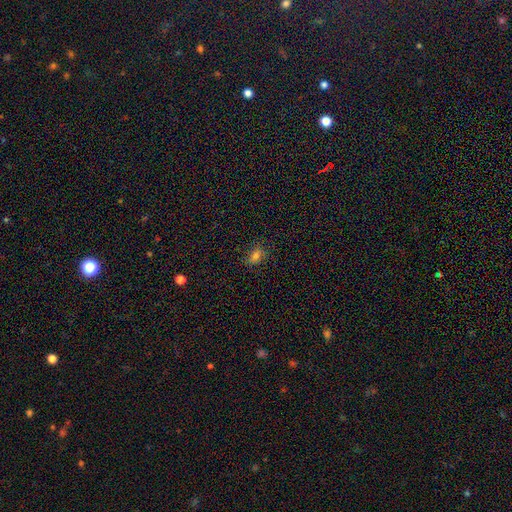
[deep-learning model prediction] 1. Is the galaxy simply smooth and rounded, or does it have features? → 71% smooth, 19% star or artifact, 10% featured or disk.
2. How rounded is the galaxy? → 63% in between, 35% round, 2% cigar-shaped.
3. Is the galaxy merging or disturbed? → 77% none, 17% minor disturbance, 5% major disturbance, 1% merger.